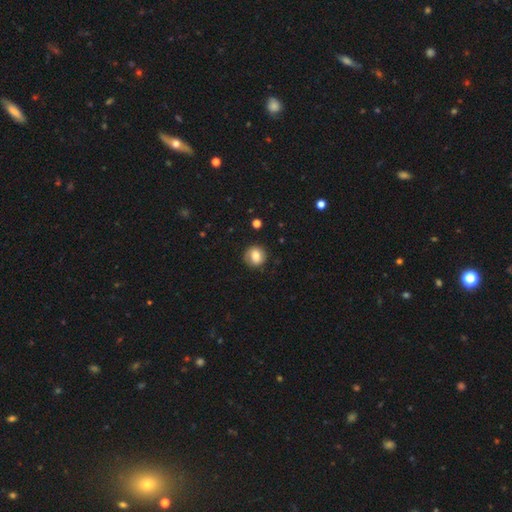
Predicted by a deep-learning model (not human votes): This appears to be a smooth galaxy with no disk features (71%) that is round (89%). Merging: none (84%).